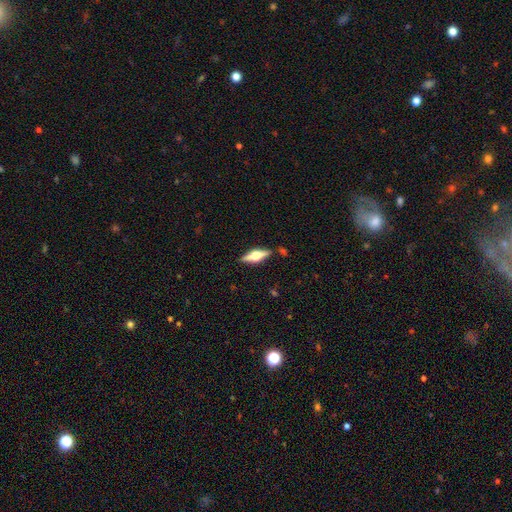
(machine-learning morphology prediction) The model was most divided on "smooth or featured": featured or disk: 65%, smooth: 29%, star or artifact: 6%. More confident: edge-on disk — yes (95%); edge-on bulge — rounded (94%); merging — none (85%).